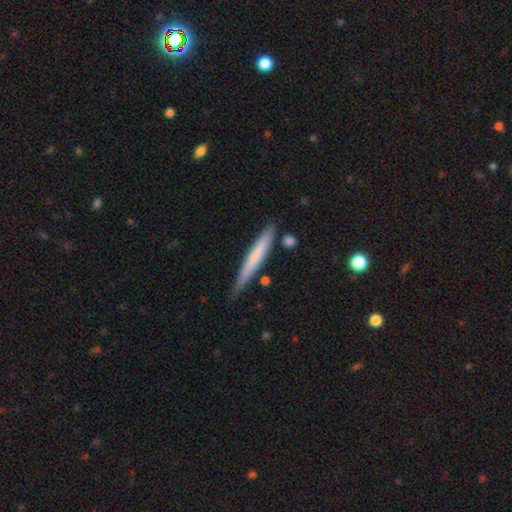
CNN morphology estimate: Smooth or featured?
  - smooth: 64% *
  - featured or disk: 31%
  - star or artifact: 5%
How rounded?
  - cigar-shaped: 96% *
  - in between: 3%
  - round: 1%
Merging?
  - none: 80% *
  - minor disturbance: 14%
  - merger: 3%
  - major disturbance: 2%